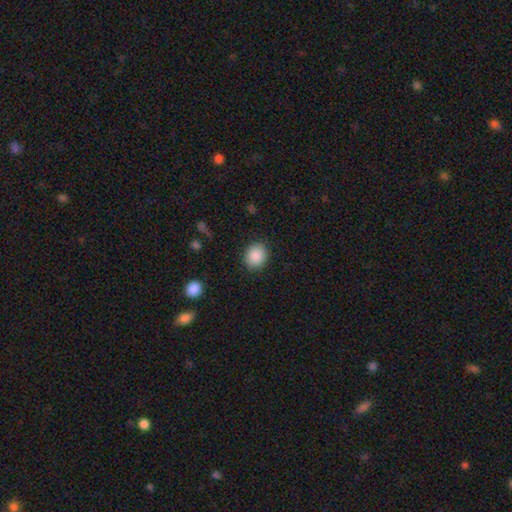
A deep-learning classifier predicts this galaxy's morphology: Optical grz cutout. It shows a smooth galaxy with no disk features (89%) that is round (68%). Merging: none (88%).